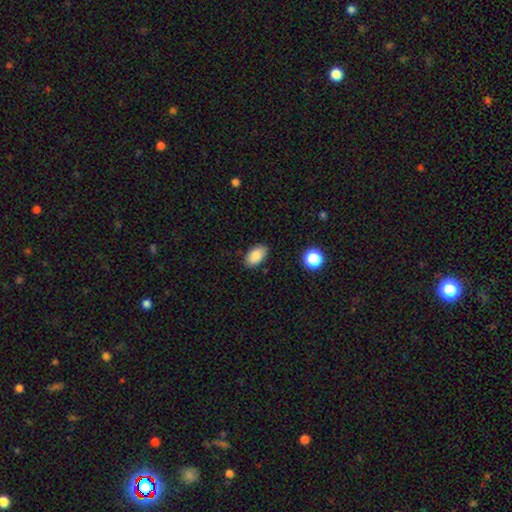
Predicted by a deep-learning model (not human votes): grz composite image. It shows a smooth galaxy with no disk features (87%) that is in between round and cigar-shaped (92%). Merging: none (83%).